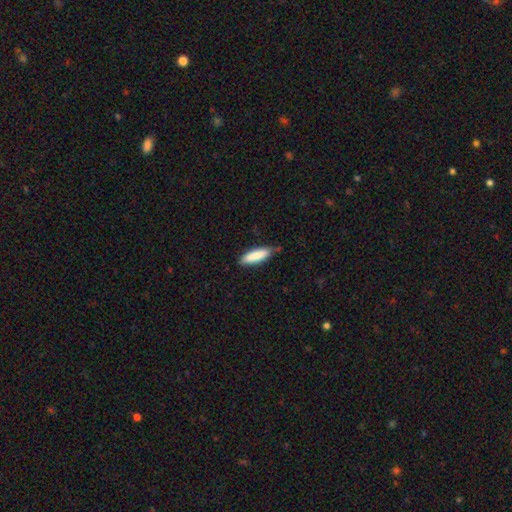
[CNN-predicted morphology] Overall: smooth (86%). How rounded: cigar-shaped (62%; in between 37%). Merging: none (76%).